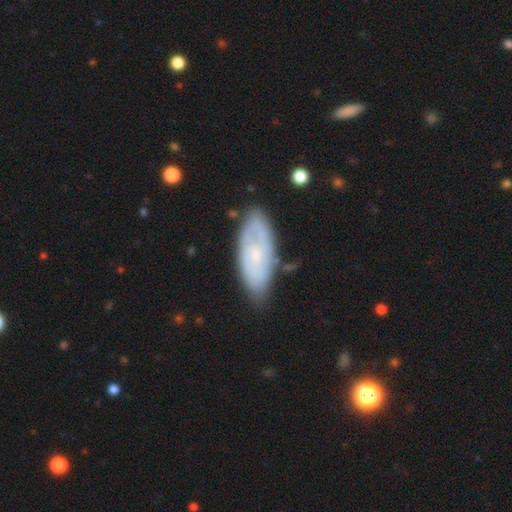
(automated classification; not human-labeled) Overall: featured or disk (50%; smooth 43%). Edge-on disk: no (86%). Merging: none (71%).